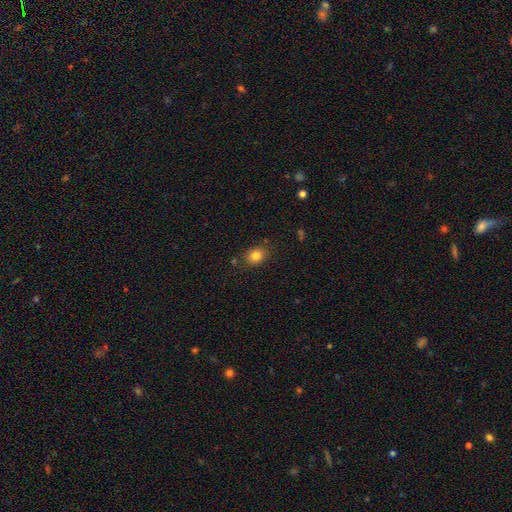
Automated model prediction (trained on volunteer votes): smooth 82%, star or artifact 11%, featured or disk 7%. Down the decision tree: how rounded — round (52%); merging — none (81%).